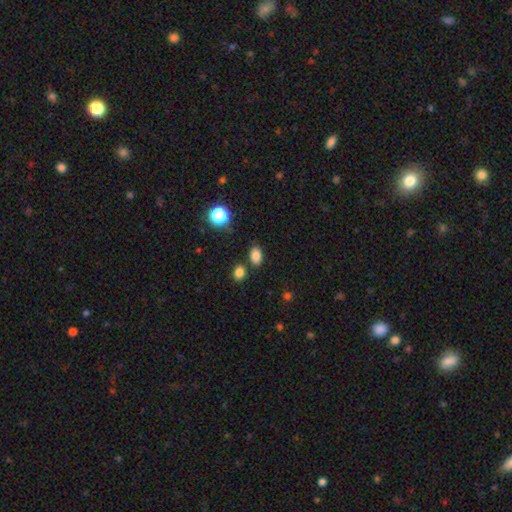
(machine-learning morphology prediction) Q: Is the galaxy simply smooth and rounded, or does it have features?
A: smooth — 82%.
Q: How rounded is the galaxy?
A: in between — 81%.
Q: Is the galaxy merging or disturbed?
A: none — 77%.